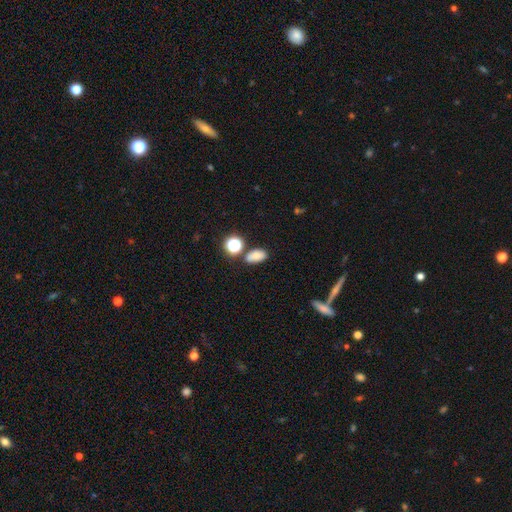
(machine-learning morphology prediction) A smooth galaxy with no disk features (79%) that is in between round and cigar-shaped (84%). Merging: none (74%).